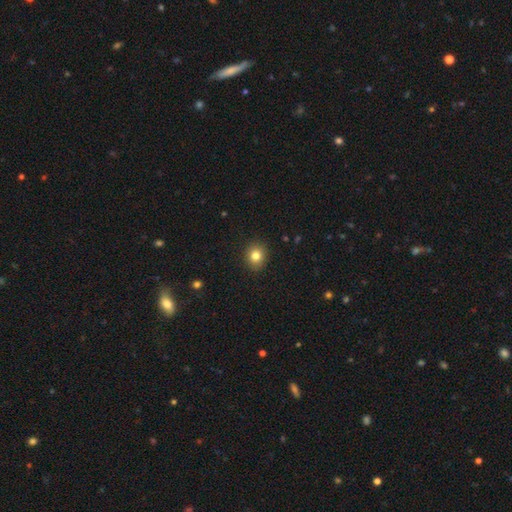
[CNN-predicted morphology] Smooth or featured? smooth (81%)
How rounded? round (77%)
Merging? none (91%)